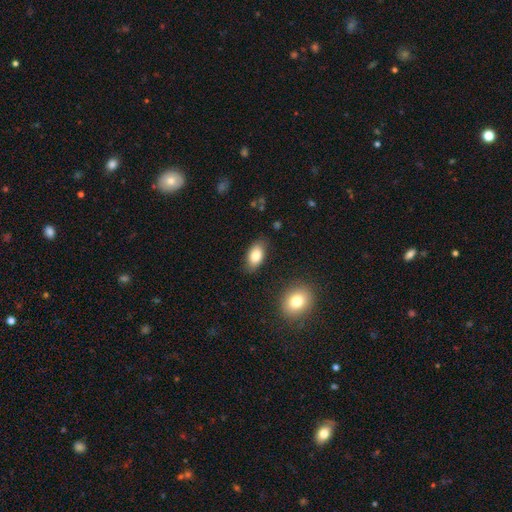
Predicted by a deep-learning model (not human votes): Smooth or featured? Predicted: smooth (p=0.83). How rounded? Predicted: in between (p=0.93). Merging? Predicted: none (p=0.82).